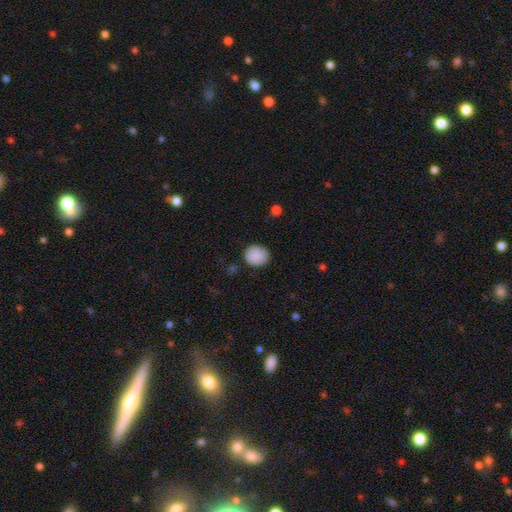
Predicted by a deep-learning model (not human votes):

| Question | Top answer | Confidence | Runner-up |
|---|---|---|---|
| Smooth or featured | smooth | 89% | star or artifact (8%) |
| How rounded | round | 78% | in between (21%) |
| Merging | none | 86% | minor disturbance (10%) |